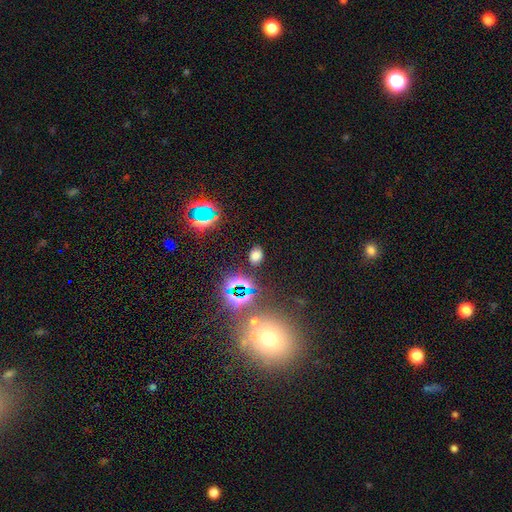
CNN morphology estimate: smooth 63%, star or artifact 31%, featured or disk 7%. Down the decision tree: how rounded — in between (70%); merging — none (85%).